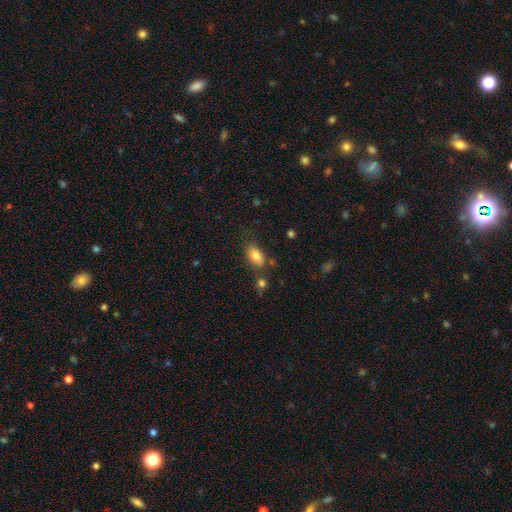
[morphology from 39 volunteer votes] Smooth or featured: smooth — 72% (featured or disk — 23%)
How rounded: in between — 96% (round — 4%)
Merging: none — 32% (minor disturbance — 30%)